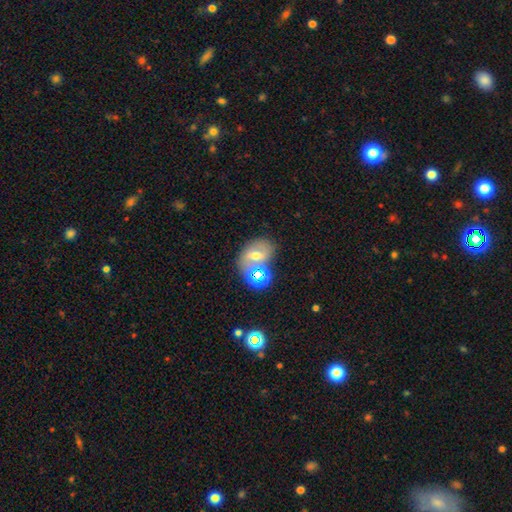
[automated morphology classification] A featured or disk galaxy (43%).

Vote fractions:
- Smooth or featured? featured or disk: 43% / smooth: 39% / star or artifact: 18%
- Merging? none: 47% / merger: 33% / minor disturbance: 13% / major disturbance: 7%